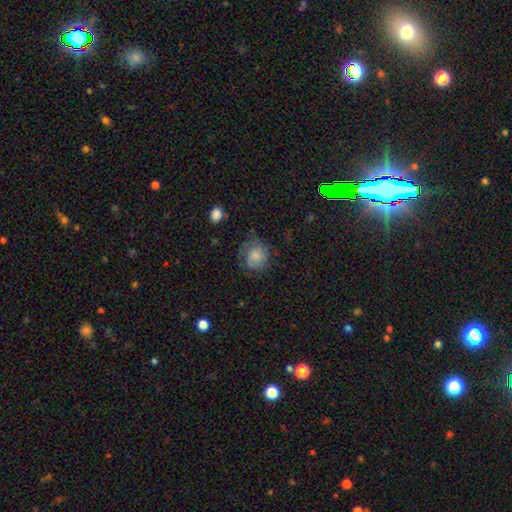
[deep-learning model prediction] smooth-or-featured: smooth: 65% | featured or disk: 26% | star or artifact: 9%
  how-rounded: round: 76% | in between: 23% | cigar-shaped: 1%
  merging: none: 48% | minor disturbance: 29% | major disturbance: 22% | merger: 2%